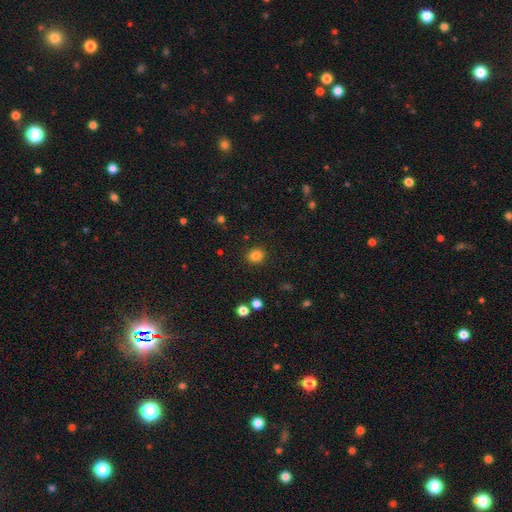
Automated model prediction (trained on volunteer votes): The model was most divided on "how rounded": round: 65%, in between: 34%, cigar-shaped: 1%. More confident: merging — none (89%); smooth or featured — smooth (83%).